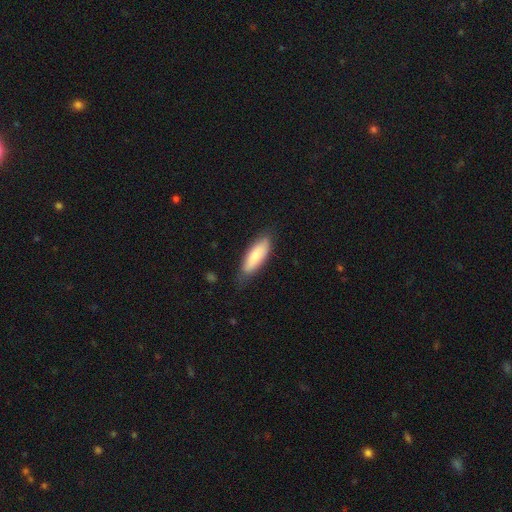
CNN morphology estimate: This is clearly a smooth galaxy (81%). How rounded: likely in between (62%). Merging: likely none (74%).